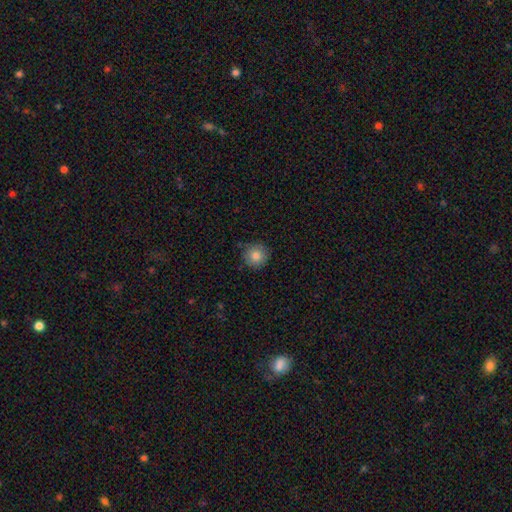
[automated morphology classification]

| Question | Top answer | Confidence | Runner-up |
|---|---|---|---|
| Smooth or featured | smooth | 82% | star or artifact (10%) |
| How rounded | round | 95% | in between (4%) |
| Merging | none | 86% | minor disturbance (11%) |